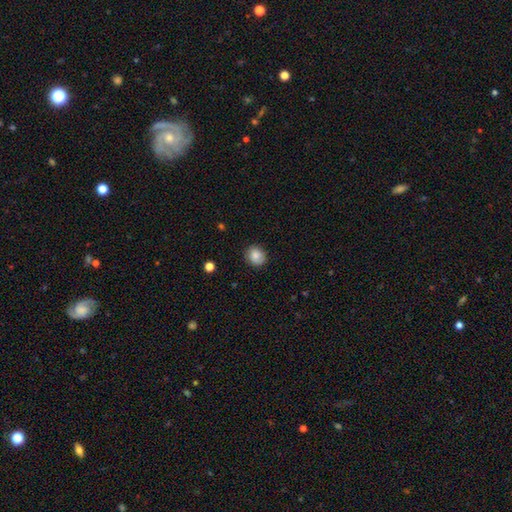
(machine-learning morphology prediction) Overall: smooth (86%). How rounded: round (74%). Merging: none (84%).